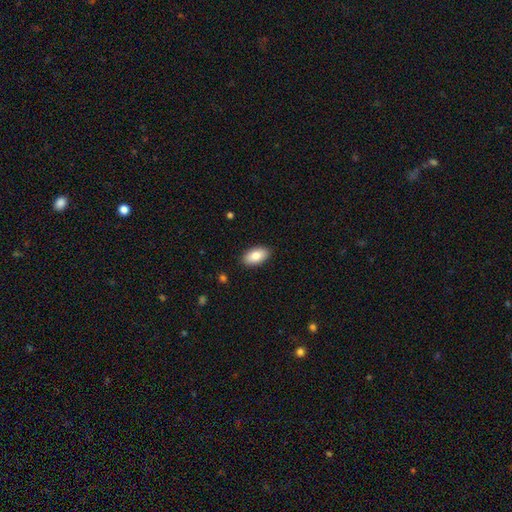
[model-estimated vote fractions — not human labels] Smooth or featured?
  - smooth: 84% *
  - featured or disk: 9%
  - star or artifact: 6%
How rounded?
  - in between: 95% *
  - round: 3%
  - cigar-shaped: 2%
Merging?
  - none: 89% *
  - minor disturbance: 8%
  - major disturbance: 2%
  - merger: 1%